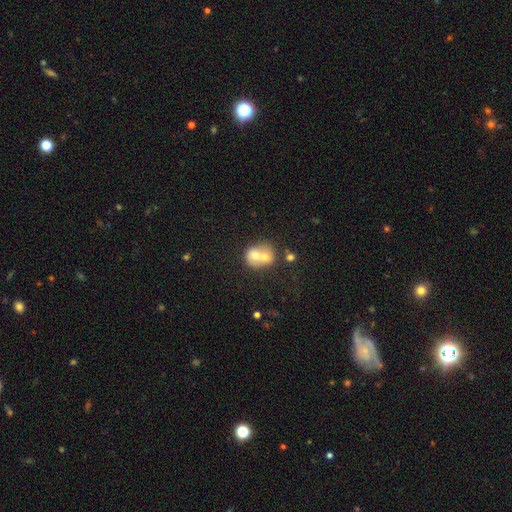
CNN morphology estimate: The model was most divided on "how rounded": round: 63%, in between: 36%, cigar-shaped: 1%. More confident: merging — merger (72%); smooth or featured — smooth (62%).